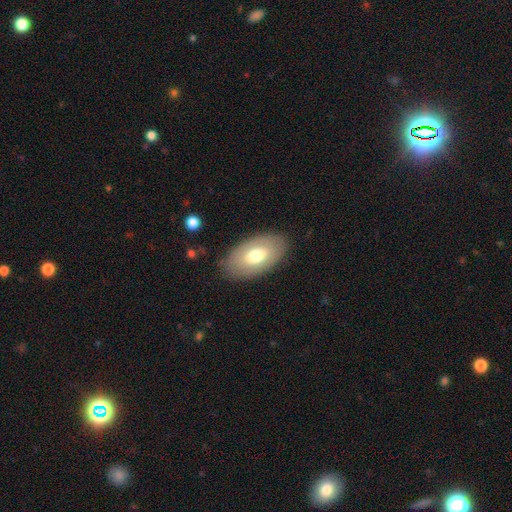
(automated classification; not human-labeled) Q: Smooth or featured?
A: smooth (61%); runner-up: featured or disk (33%)
Q: How rounded?
A: in between (94%); runner-up: round (4%)
Q: Merging?
A: none (84%); runner-up: minor disturbance (11%)